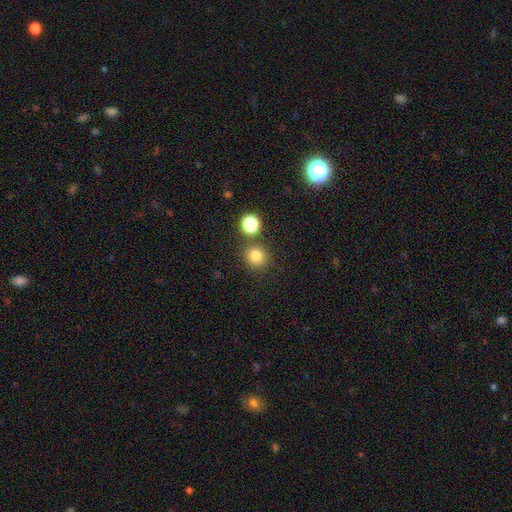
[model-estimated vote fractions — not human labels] Smooth or featured?
  - smooth: 81% *
  - star or artifact: 14%
  - featured or disk: 6%
How rounded?
  - round: 89% *
  - in between: 10%
  - cigar-shaped: 1%
Merging?
  - none: 78% *
  - merger: 11%
  - minor disturbance: 8%
  - major disturbance: 3%